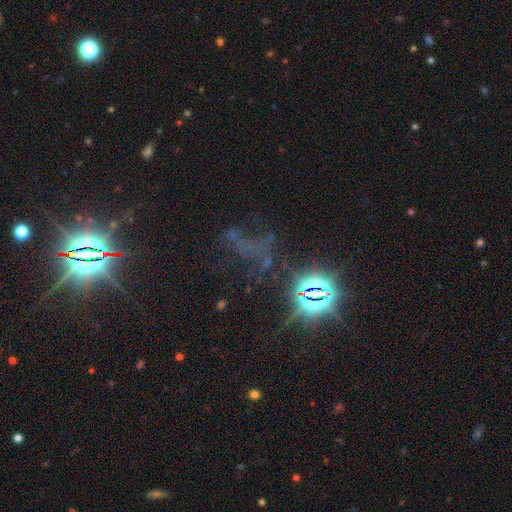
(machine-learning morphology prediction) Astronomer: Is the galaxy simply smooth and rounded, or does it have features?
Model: star or artifact — 62%.